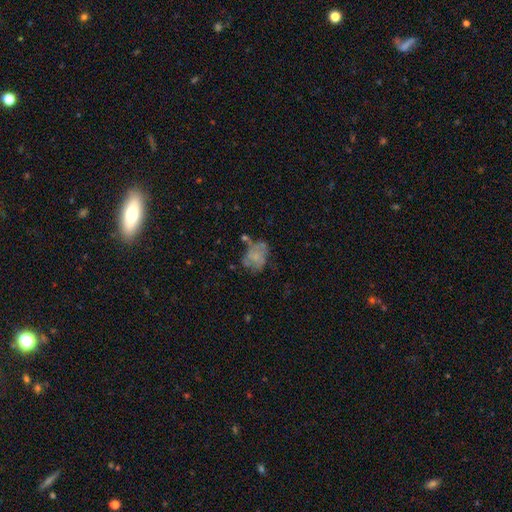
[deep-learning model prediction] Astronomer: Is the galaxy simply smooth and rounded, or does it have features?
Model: smooth — 48% (runner-up: featured or disk, 40%).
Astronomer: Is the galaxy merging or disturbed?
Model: none — 37% (runner-up: minor disturbance, 25%).